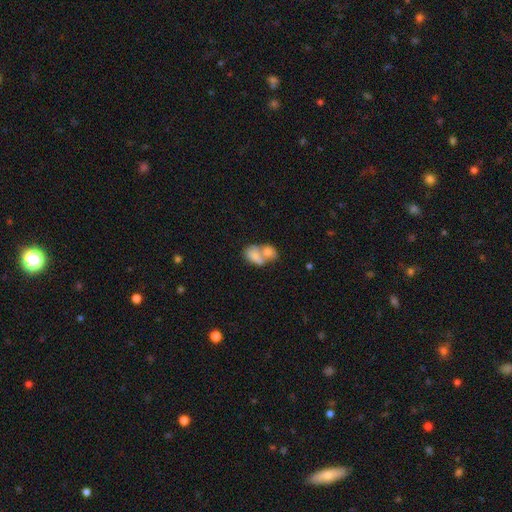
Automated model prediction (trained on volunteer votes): smooth 74%, featured or disk 18%, star or artifact 8%. Down the decision tree: how rounded — in between (81%); merging — merger (71%).